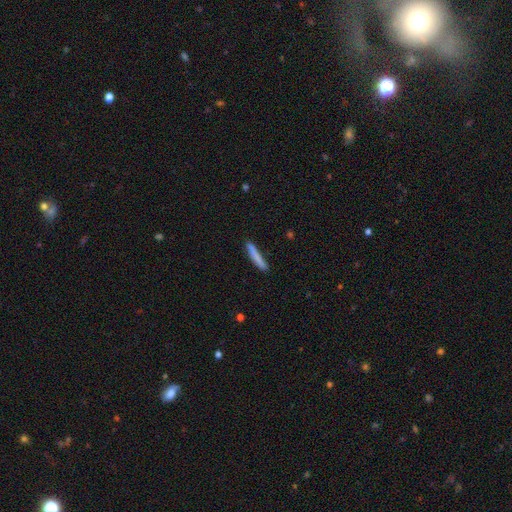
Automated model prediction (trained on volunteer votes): smooth_or_featured: smooth (p=0.81) [alt: featured or disk p=0.13]
how_rounded: cigar-shaped (p=0.95) [alt: in between p=0.03]
merging: none (p=0.87) [alt: minor disturbance p=0.10]